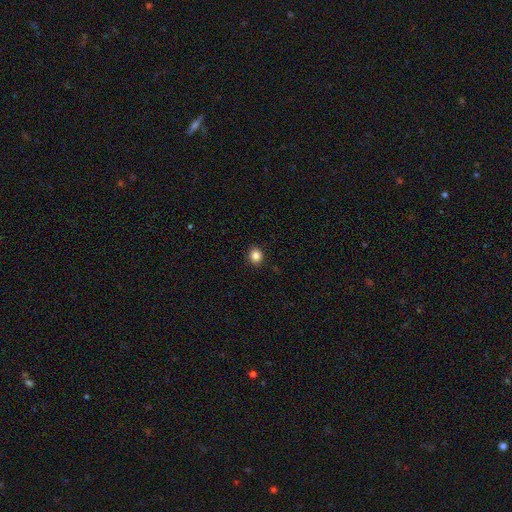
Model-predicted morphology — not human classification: This is clearly a smooth galaxy (85%). How rounded: likely round (79%). Merging: clearly none (91%).